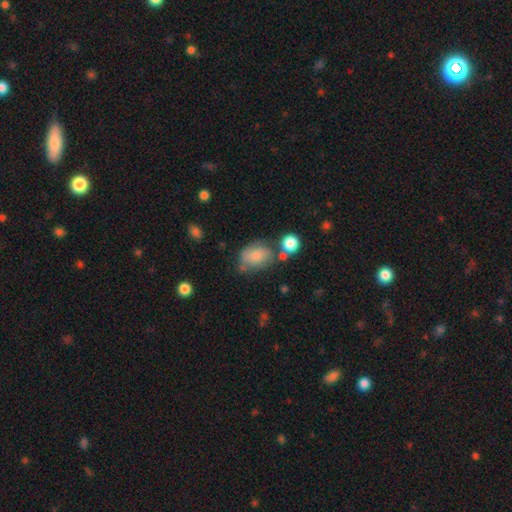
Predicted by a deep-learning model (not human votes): smooth 73%, featured or disk 17%, star or artifact 9%. Down the decision tree: how rounded — in between (72%); merging — none (50%).